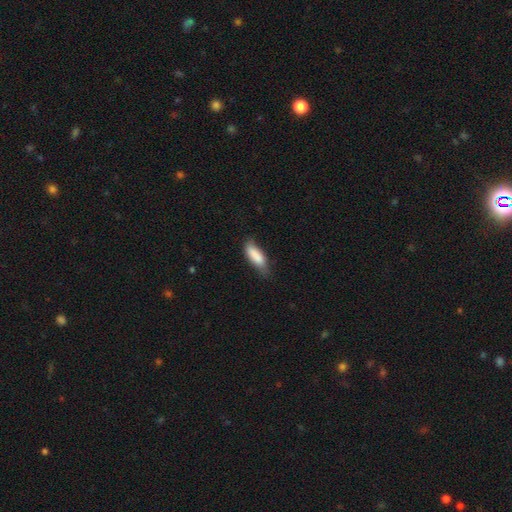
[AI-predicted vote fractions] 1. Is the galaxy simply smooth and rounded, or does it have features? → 85% smooth, 9% featured or disk, 6% star or artifact.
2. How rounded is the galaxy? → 62% in between, 37% cigar-shaped, 2% round.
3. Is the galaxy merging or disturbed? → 56% none, 35% minor disturbance, 7% major disturbance, 2% merger.